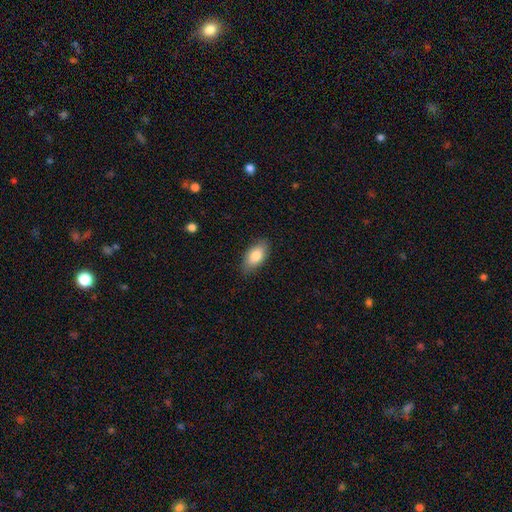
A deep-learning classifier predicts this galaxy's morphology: smooth-or-featured: smooth: 83% | featured or disk: 11% | star or artifact: 6%
  how-rounded: in between: 92% | cigar-shaped: 5% | round: 3%
  merging: none: 84% | minor disturbance: 13% | major disturbance: 2% | merger: 1%